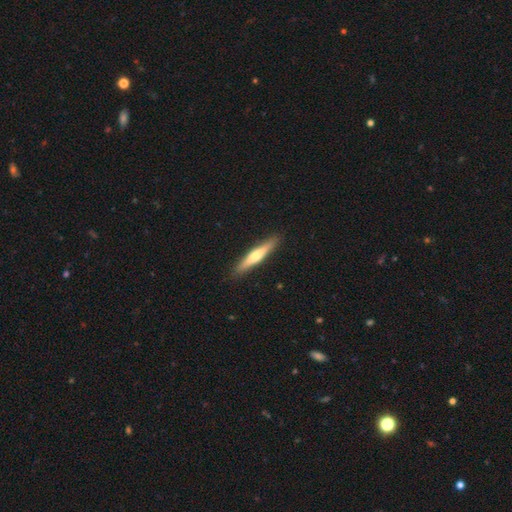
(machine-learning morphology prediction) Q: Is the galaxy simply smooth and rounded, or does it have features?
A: smooth — 48%.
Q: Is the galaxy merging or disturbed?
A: none — 91%.